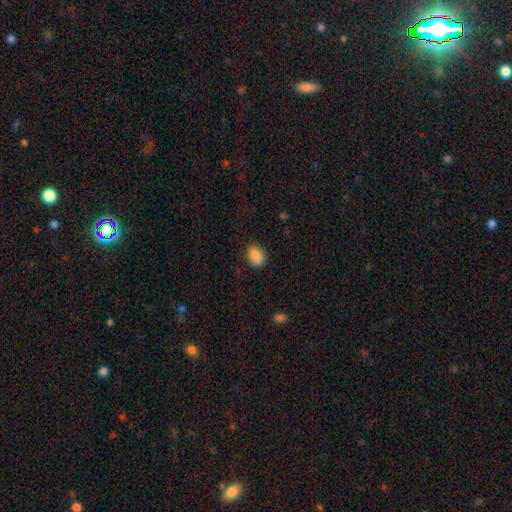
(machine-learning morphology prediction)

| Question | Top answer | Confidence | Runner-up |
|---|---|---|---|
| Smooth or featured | smooth | 85% | star or artifact (9%) |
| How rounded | in between | 67% | round (32%) |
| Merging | none | 76% | minor disturbance (18%) |